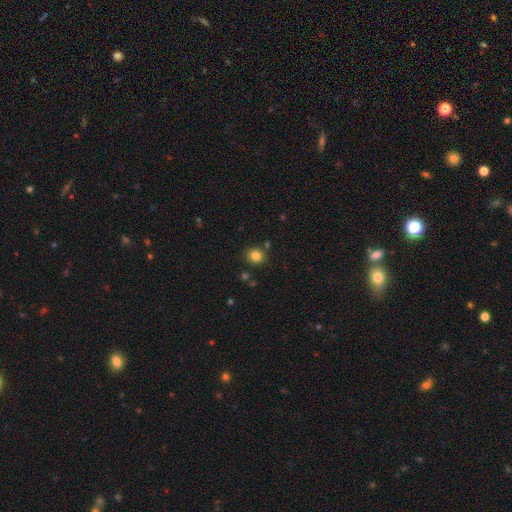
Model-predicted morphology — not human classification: This is clearly a smooth galaxy (82%). How rounded: clearly round (83%). Merging: clearly none (83%).